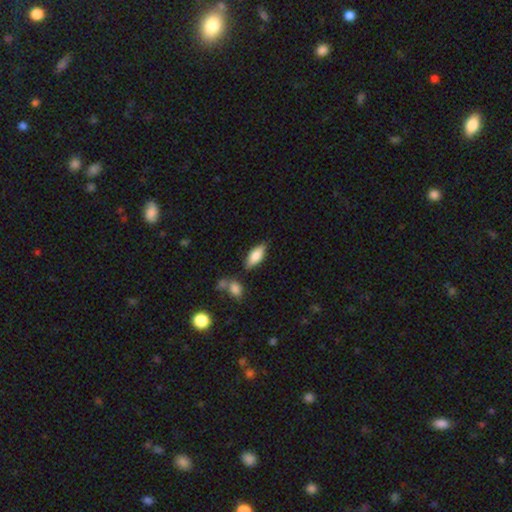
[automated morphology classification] smooth-or-featured: smooth: 76% | featured or disk: 17% | star or artifact: 6%
  how-rounded: in between: 75% | cigar-shaped: 23% | round: 2%
  merging: none: 78% | minor disturbance: 14% | merger: 5% | major disturbance: 3%